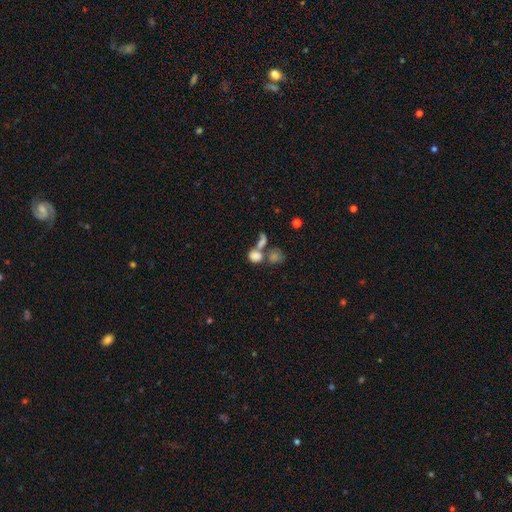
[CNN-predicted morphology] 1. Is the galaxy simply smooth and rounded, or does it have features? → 74% smooth, 14% featured or disk, 12% star or artifact.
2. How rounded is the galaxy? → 57% in between, 41% round, 2% cigar-shaped.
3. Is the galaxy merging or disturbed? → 58% merger, 24% none, 10% major disturbance, 9% minor disturbance.